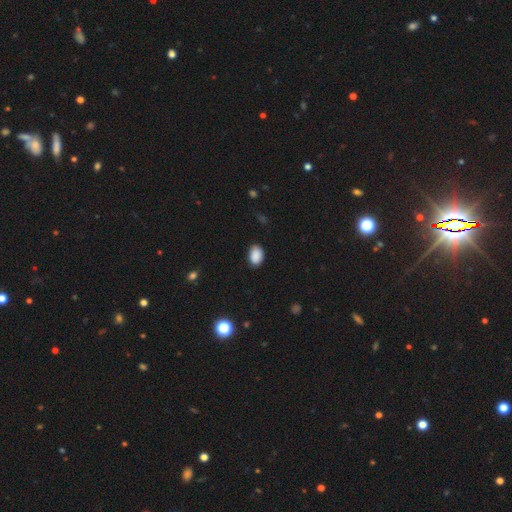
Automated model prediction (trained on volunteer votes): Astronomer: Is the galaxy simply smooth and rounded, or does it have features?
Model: smooth — 89%.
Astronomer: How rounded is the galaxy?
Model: in between — 85%.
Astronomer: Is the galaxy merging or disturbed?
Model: none — 85%.